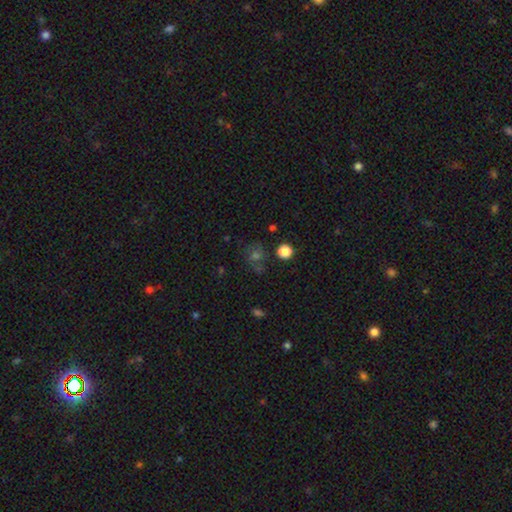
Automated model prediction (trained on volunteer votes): This appears to be a smooth galaxy with no disk features (38%). Merging: none (69%).